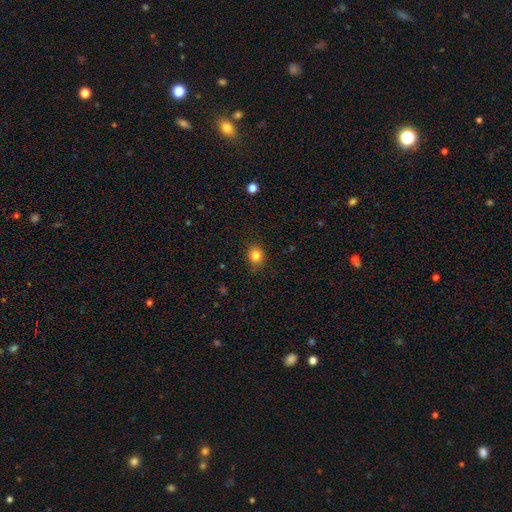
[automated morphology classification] type=smooth (83%); roundness=round (73%); merging=none (88%).